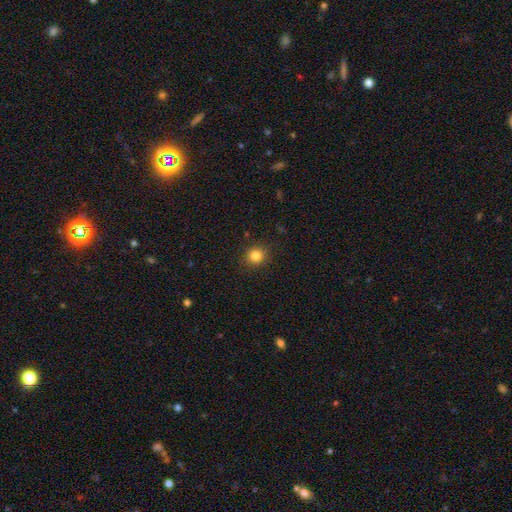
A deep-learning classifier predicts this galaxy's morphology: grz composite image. It shows a smooth galaxy with no disk features (83%) that is round (87%). Merging: none (90%).